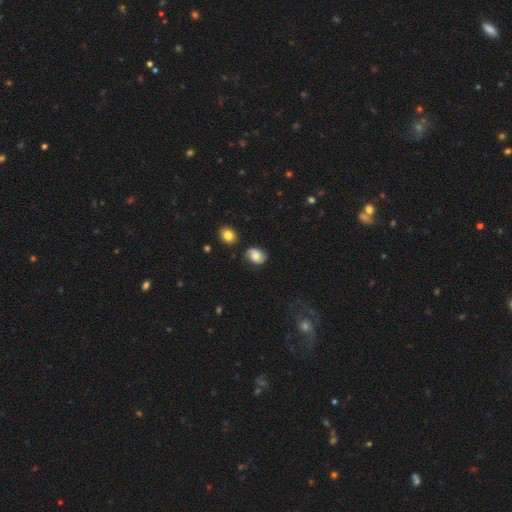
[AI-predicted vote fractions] Smooth or featured: smooth — 59% (featured or disk — 31%)
How rounded: in between — 73% (round — 26%)
Merging: none — 74% (minor disturbance — 18%)